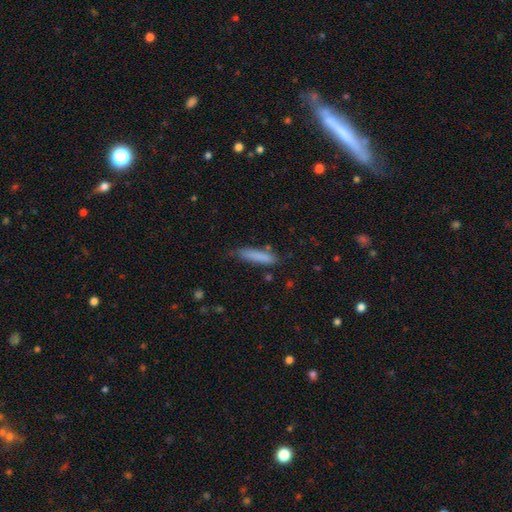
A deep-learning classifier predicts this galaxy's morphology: This appears to be a smooth galaxy with no disk features (84%) that is cigar-shaped (79%). Merging: none (73%).